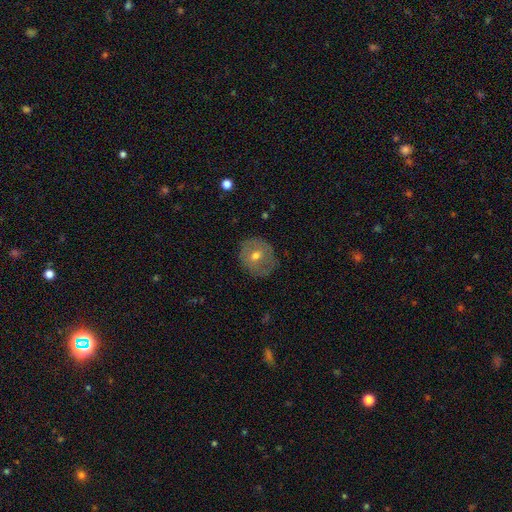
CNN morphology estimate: Smooth or featured? smooth (49%)
Merging? none (79%)